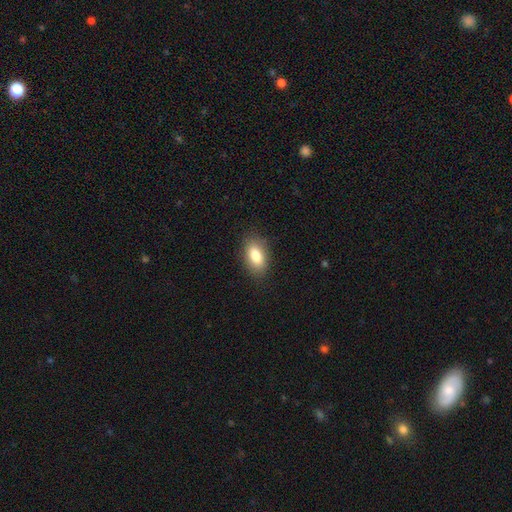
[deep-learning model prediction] This is clearly a smooth galaxy (82%). How rounded: clearly in between (89%). Merging: clearly none (85%).